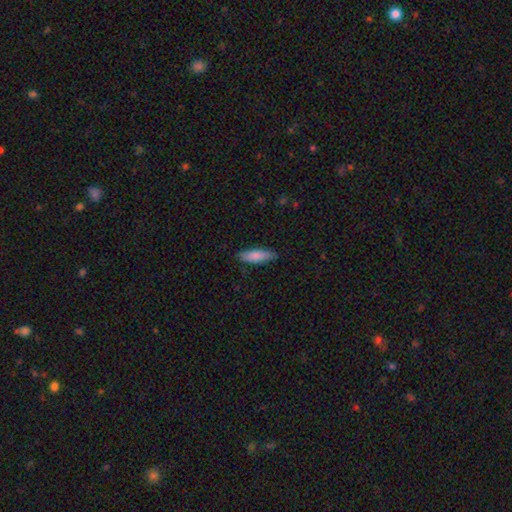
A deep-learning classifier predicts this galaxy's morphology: A smooth galaxy with no disk features (84%) that is cigar-shaped (54%). Merging: none (85%).